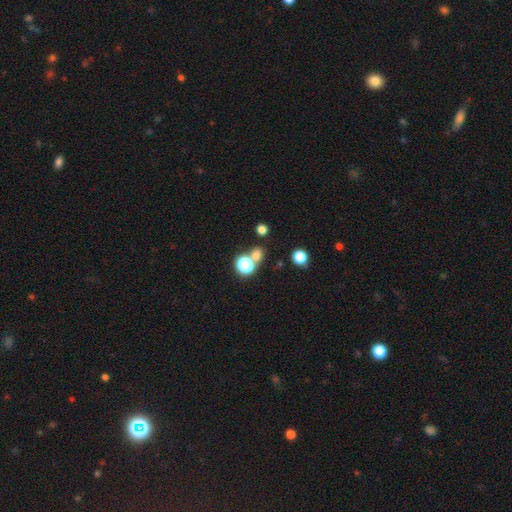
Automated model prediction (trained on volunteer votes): smooth_or_featured: smooth (p=0.65) [alt: star or artifact p=0.29]
how_rounded: round (p=0.80) [alt: in between p=0.19]
merging: none (p=0.66) [alt: merger p=0.23]